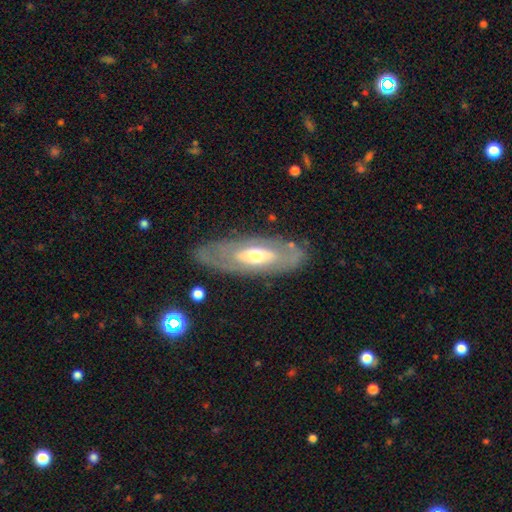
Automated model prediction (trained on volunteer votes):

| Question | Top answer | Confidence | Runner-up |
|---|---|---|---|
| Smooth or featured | featured or disk | 63% | smooth (32%) |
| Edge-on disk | no | 78% | yes (22%) |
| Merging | none | 80% | minor disturbance (13%) |